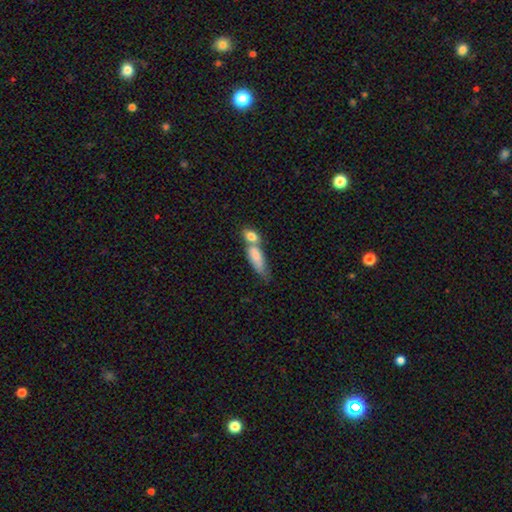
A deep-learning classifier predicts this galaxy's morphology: Smooth or featured? Predicted: smooth (p=0.78). How rounded? Predicted: in between (p=0.66). Merging? Predicted: merger (p=0.60).